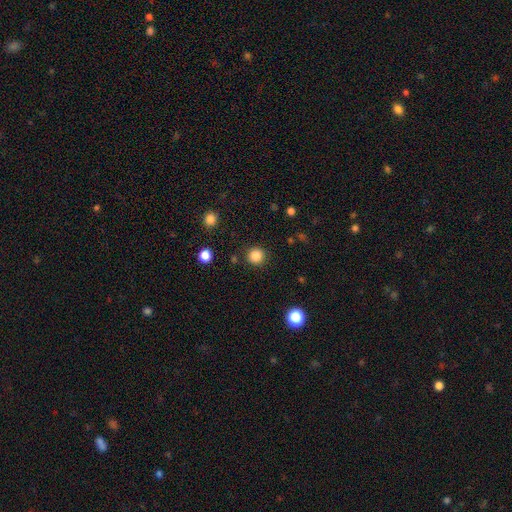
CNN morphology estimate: type=smooth (85%); roundness=round (94%); merging=none (90%).